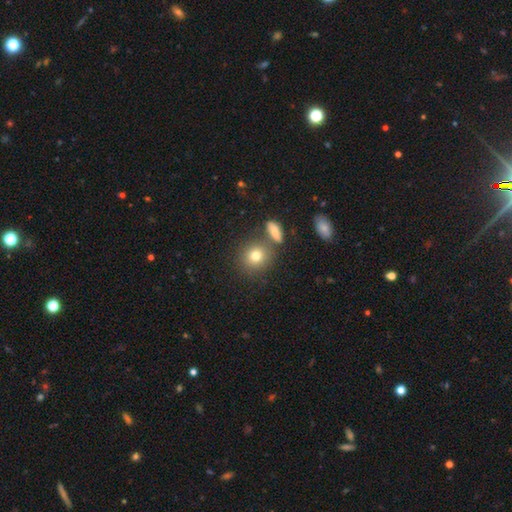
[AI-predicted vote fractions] smooth-or-featured: smooth: 77% | featured or disk: 11% | star or artifact: 11%
  how-rounded: round: 82% | in between: 17% | cigar-shaped: 1%
  merging: none: 72% | merger: 15% | minor disturbance: 10% | major disturbance: 4%